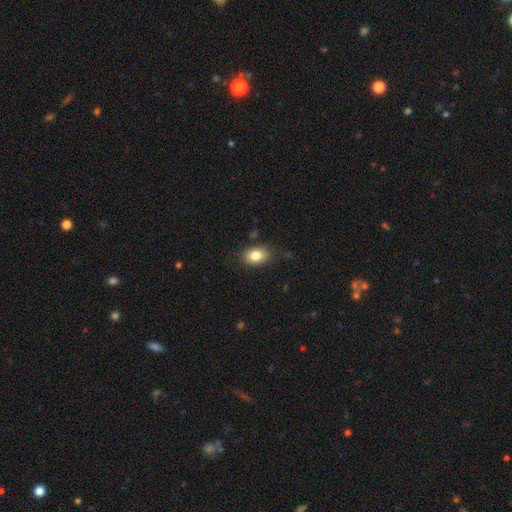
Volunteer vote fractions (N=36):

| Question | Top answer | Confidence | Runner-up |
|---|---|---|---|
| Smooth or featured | smooth | 83% | featured or disk (14%) |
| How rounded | in between | 90% | round (10%) |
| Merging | none | 83% | minor disturbance (14%) |